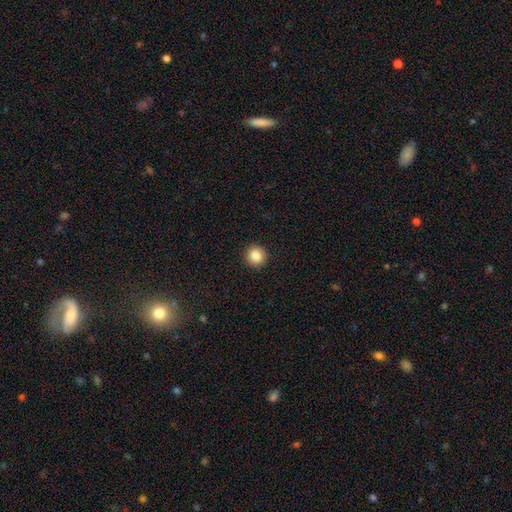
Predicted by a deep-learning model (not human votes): Morphology: type=smooth (85%); roundness=round (94%); merging=none (93%).